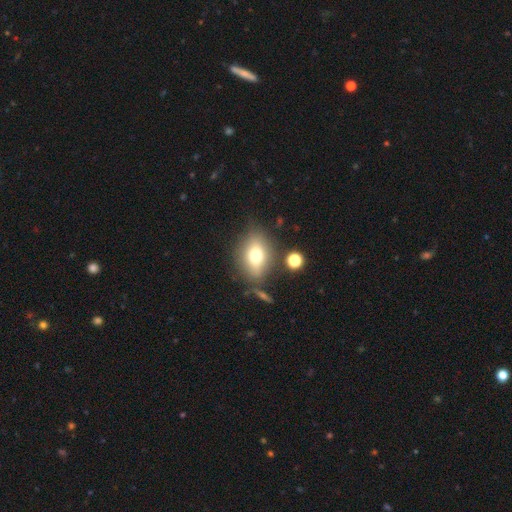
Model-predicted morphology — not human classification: This is likely a smooth galaxy (68%). How rounded: likely in between (69%). Merging: likely none (74%).